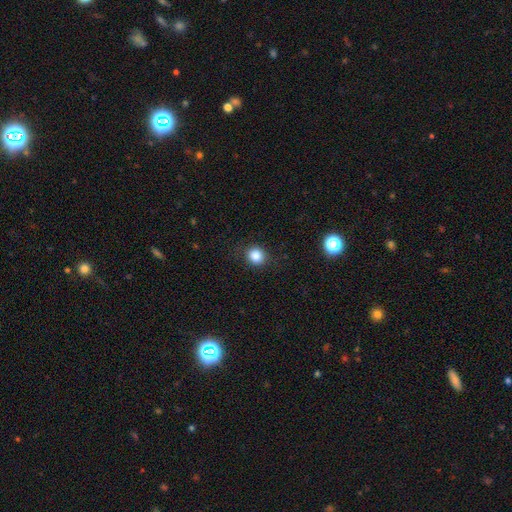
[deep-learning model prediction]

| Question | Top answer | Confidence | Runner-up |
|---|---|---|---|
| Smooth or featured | smooth | 85% | star or artifact (10%) |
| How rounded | round | 82% | in between (17%) |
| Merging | none | 85% | minor disturbance (10%) |